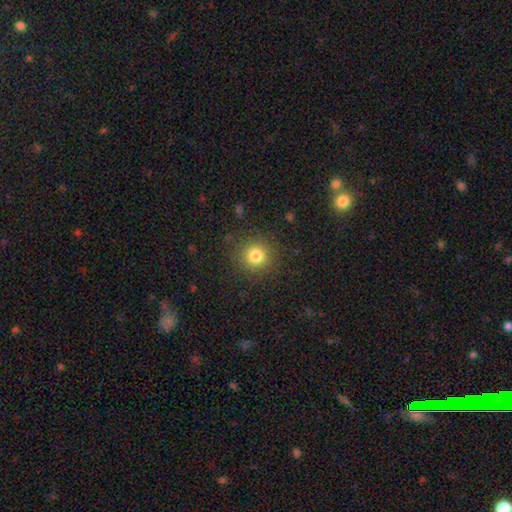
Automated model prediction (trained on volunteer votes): smooth-or-featured: smooth: 81% | star or artifact: 13% | featured or disk: 7%
  how-rounded: round: 93% | in between: 6% | cigar-shaped: 1%
  merging: none: 89% | minor disturbance: 7% | major disturbance: 3% | merger: 1%